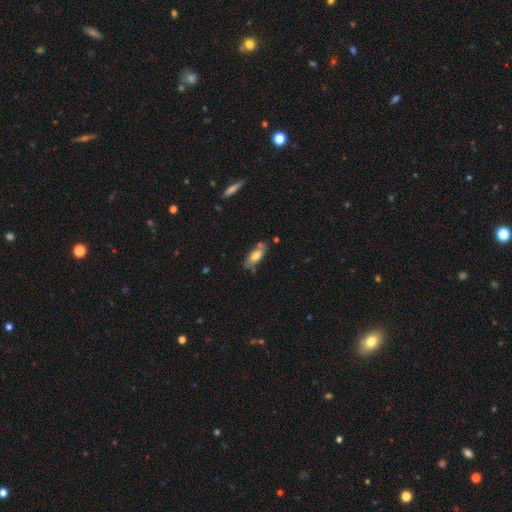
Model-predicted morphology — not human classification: Smooth or featured: smooth — 68% (featured or disk — 25%)
How rounded: in between — 74% (cigar-shaped — 23%)
Merging: none — 59% (minor disturbance — 23%)